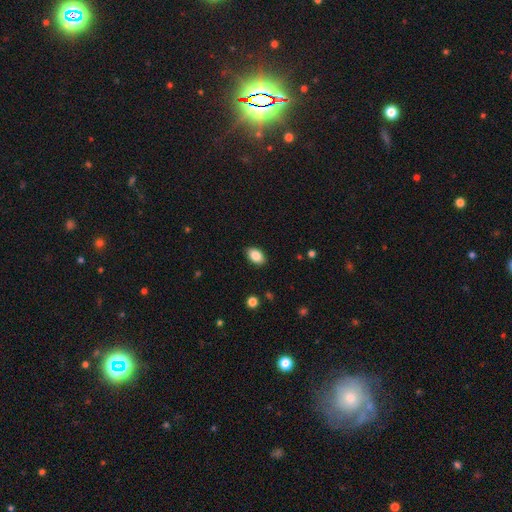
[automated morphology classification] The model was most divided on "smooth or featured": smooth: 86%, star or artifact: 8%, featured or disk: 6%. More confident: how rounded — in between (90%); merging — none (89%).